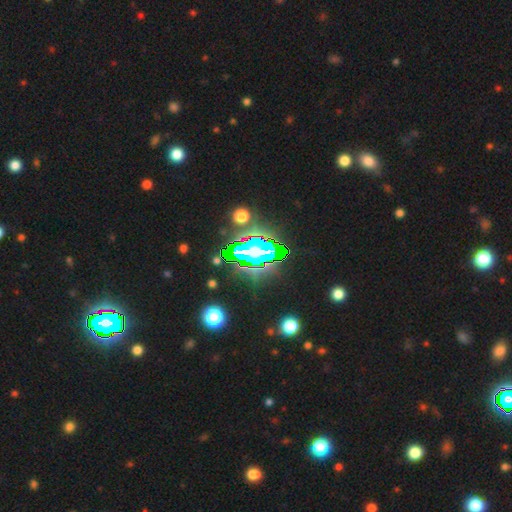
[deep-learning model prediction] Smooth or featured? star or artifact (83%)